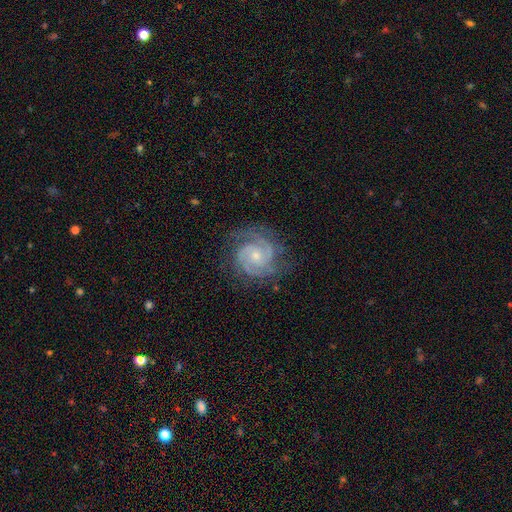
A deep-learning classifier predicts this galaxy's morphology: Smooth or featured: featured or disk — 91% (star or artifact — 5%)
Edge-on disk: no — 98% (yes — 2%)
Bar: no — 65% (weak — 29%)
Spiral arms: yes — 98% (no — 2%)
Spiral winding: tight — 63% (medium — 33%)
Spiral arm count: 2 — 66% (3 — 19%)
Bulge size: small — 64% (moderate — 30%)
Merging: none — 77% (minor disturbance — 16%)